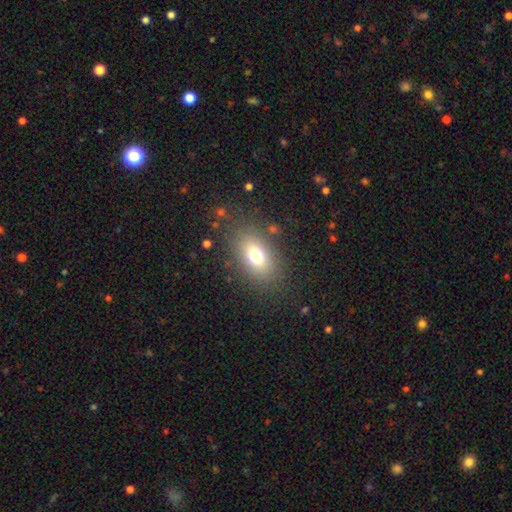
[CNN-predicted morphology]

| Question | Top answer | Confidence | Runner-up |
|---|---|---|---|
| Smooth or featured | smooth | 72% | featured or disk (15%) |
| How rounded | in between | 79% | round (19%) |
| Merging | none | 82% | minor disturbance (11%) |